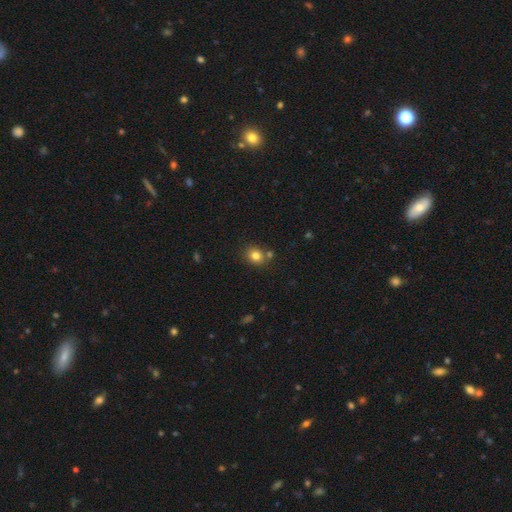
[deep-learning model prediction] smooth-or-featured: smooth: 80% | star or artifact: 12% | featured or disk: 8%
  how-rounded: round: 65% | in between: 34% | cigar-shaped: 1%
  merging: none: 72% | merger: 14% | minor disturbance: 11% | major disturbance: 3%